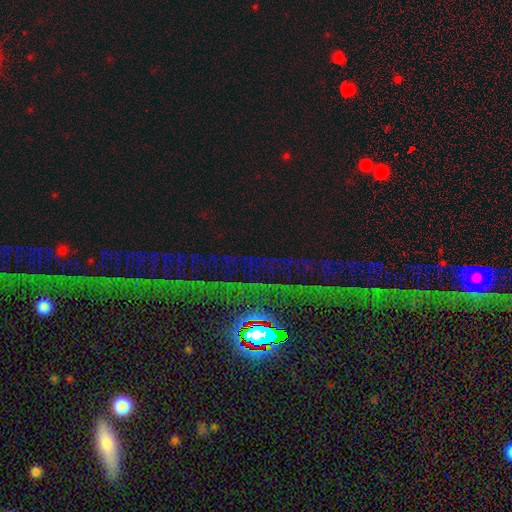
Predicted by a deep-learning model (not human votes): smooth_or_featured: star or artifact (p=0.84) [alt: featured or disk p=0.09]